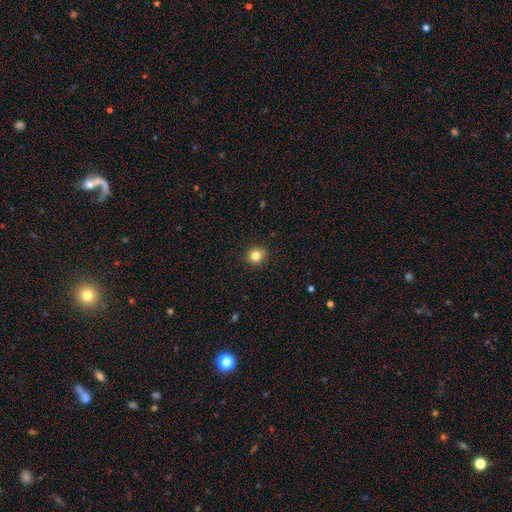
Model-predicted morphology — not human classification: Smooth or featured? Predicted: smooth (p=0.83). How rounded? Predicted: round (p=0.90). Merging? Predicted: none (p=0.91).